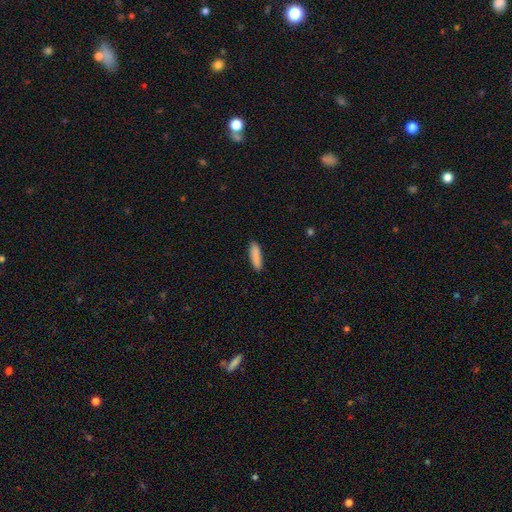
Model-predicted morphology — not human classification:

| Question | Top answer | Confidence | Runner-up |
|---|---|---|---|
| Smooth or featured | smooth | 89% | star or artifact (6%) |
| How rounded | cigar-shaped | 63% | in between (36%) |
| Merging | none | 88% | minor disturbance (9%) |